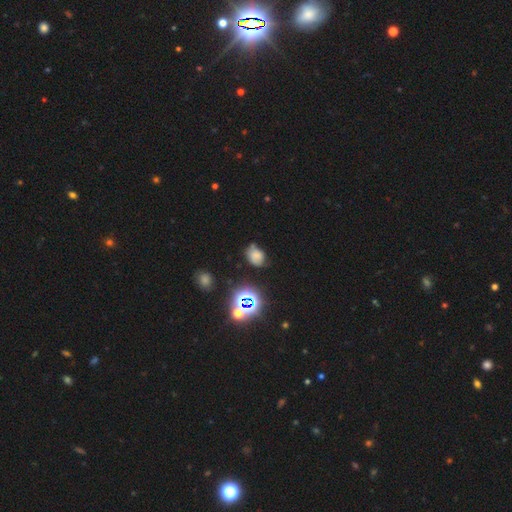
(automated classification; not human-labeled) Smooth or featured: smooth — 61% (star or artifact — 23%)
How rounded: in between — 63% (round — 36%)
Merging: none — 58% (minor disturbance — 27%)